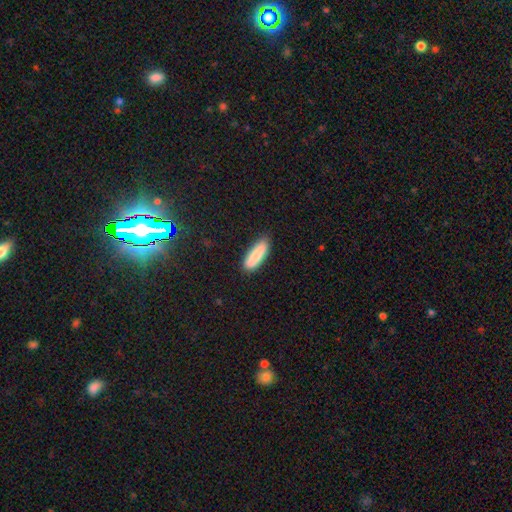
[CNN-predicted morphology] Smooth or featured? smooth (84%)
How rounded? cigar-shaped (57%)
Merging? none (83%)